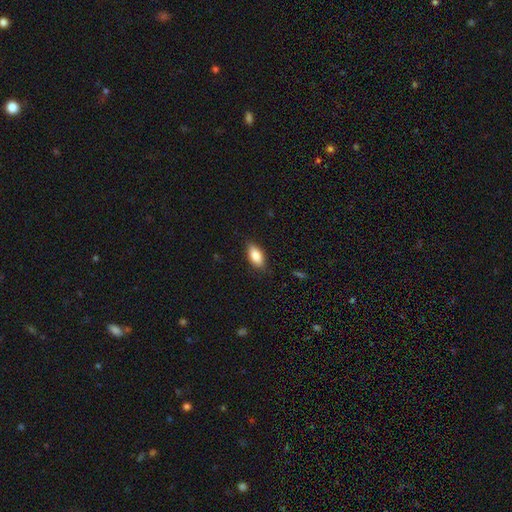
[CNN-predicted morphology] type=smooth (85%); roundness=in between (90%); merging=none (85%).